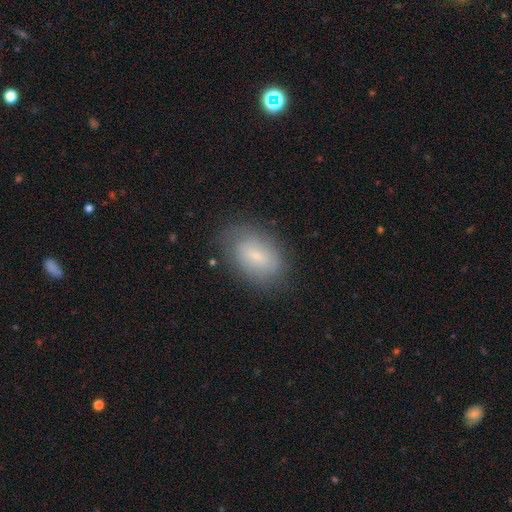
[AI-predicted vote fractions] The model was most divided on "smooth or featured": smooth: 64%, featured or disk: 26%, star or artifact: 10%. More confident: how rounded — in between (87%); merging — none (78%).